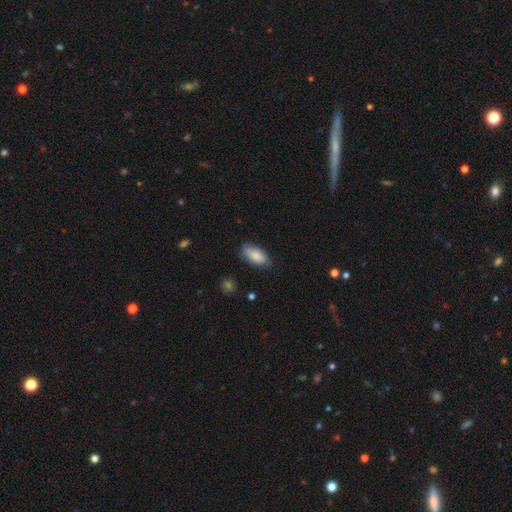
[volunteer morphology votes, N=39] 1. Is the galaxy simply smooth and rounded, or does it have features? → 85% smooth, 15% featured or disk, 0% star or artifact.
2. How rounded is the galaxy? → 88% in between, 12% cigar-shaped, 0% round.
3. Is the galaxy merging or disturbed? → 97% none, 3% minor disturbance, 0% major disturbance, 0% merger.